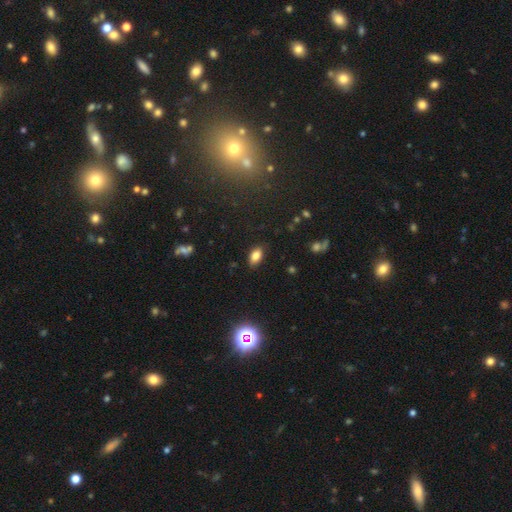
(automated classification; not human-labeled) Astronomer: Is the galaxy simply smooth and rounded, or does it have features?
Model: smooth — 83%.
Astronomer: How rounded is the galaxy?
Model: in between — 90%.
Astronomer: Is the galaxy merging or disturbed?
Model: none — 85%.